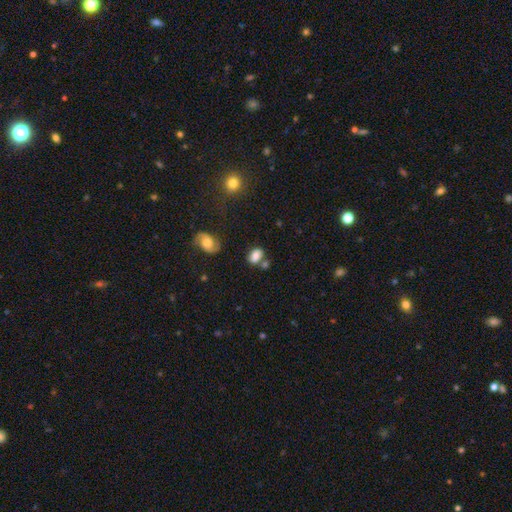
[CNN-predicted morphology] type=smooth (77%); roundness=in between (78%); merging=none (54%).